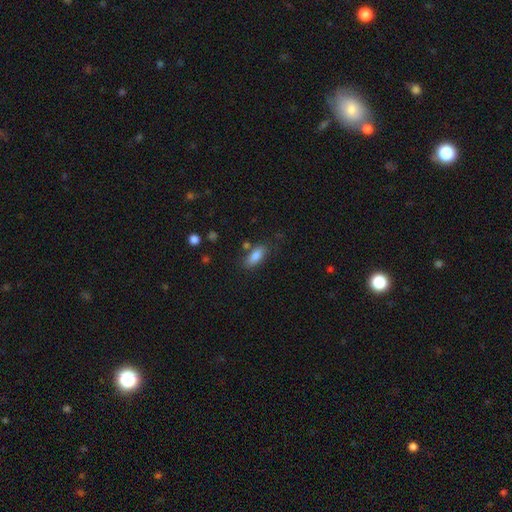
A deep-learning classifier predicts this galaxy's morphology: The model was most divided on "merging": none: 74%, minor disturbance: 15%, merger: 7%, major disturbance: 4%. More confident: how rounded — in between (84%); smooth or featured — smooth (83%).